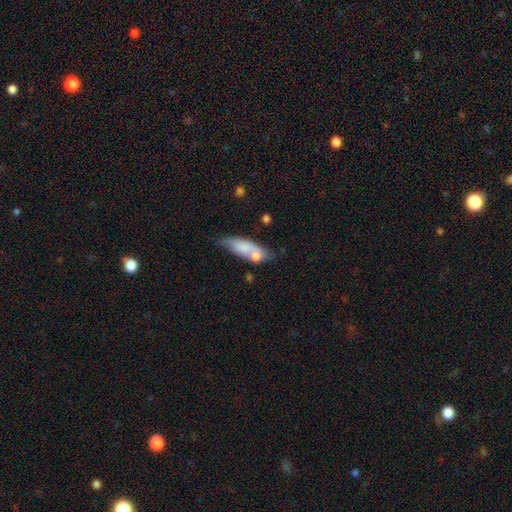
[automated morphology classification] A smooth galaxy with no disk features (63%) that is in between round and cigar-shaped (58%). Merging: none (43%).